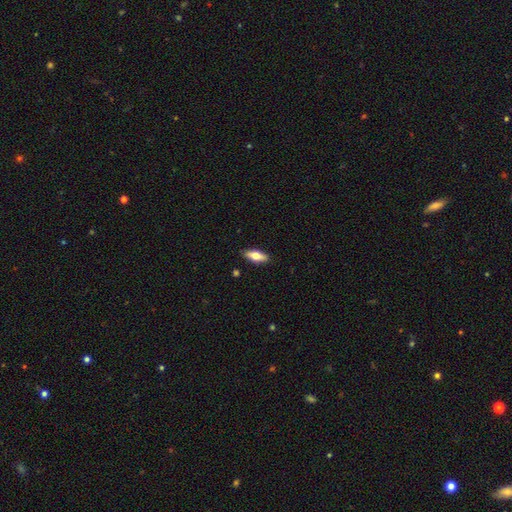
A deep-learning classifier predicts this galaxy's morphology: Smooth or featured: smooth — 64% (featured or disk — 30%)
How rounded: in between — 68% (cigar-shaped — 29%)
Merging: none — 89% (minor disturbance — 8%)